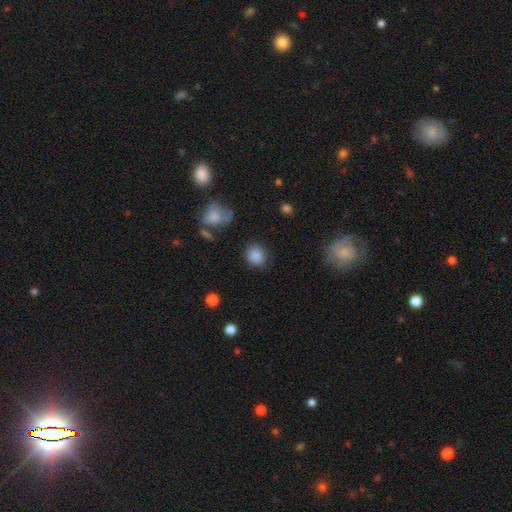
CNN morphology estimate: A smooth galaxy with no disk features (85%) that is round (78%).

Vote fractions:
- Smooth or featured? smooth: 85% / star or artifact: 10% / featured or disk: 5%
- How rounded? round: 78% / in between: 21% / cigar-shaped: 1%
- Merging? none: 80% / minor disturbance: 13% / major disturbance: 5% / merger: 3%